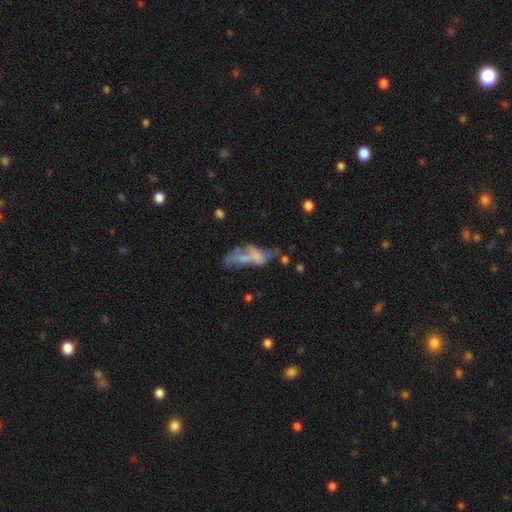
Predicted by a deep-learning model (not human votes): Morphology: type=featured or disk (44%); merging=major disturbance (31%).